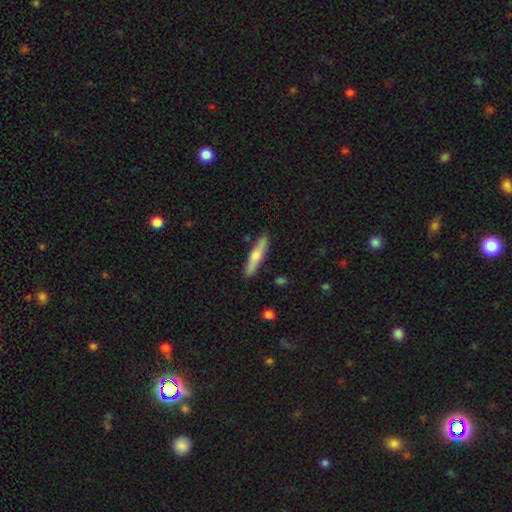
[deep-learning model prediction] This appears to be a smooth galaxy with no disk features (60%) that is cigar-shaped (87%). Merging: none (88%).